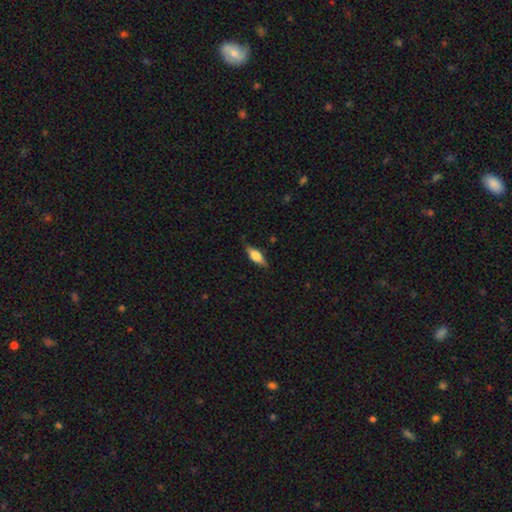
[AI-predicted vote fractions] smooth 58%, featured or disk 35%, star or artifact 7%. Down the decision tree: how rounded — in between (69%); merging — none (79%).